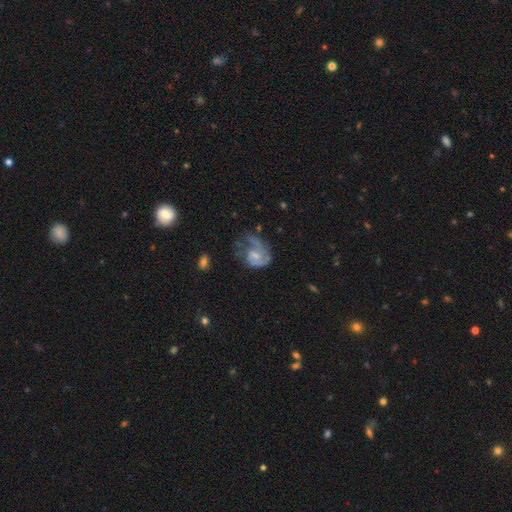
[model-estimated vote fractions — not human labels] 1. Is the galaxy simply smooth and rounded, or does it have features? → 74% featured or disk, 19% smooth, 7% star or artifact.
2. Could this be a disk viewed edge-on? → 98% no, 2% yes.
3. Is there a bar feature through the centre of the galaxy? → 55% no, 39% weak, 6% strong.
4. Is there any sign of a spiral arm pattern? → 88% yes, 12% no.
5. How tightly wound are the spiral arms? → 45% medium, 28% tight, 27% loose.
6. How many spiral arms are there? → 46% 2, 29% 1, 14% can't tell, 8% 3, 2% 4, 2% more than 4.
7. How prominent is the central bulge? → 49% small, 30% moderate, 16% none, 3% large, 1% dominant.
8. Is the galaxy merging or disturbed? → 37% major disturbance, 35% none, 24% minor disturbance, 4% merger.